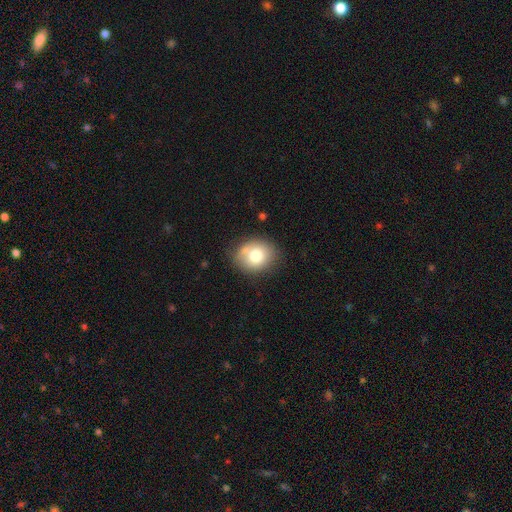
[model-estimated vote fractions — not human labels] Q: Smooth or featured?
A: smooth (77%); runner-up: featured or disk (13%)
Q: How rounded?
A: round (64%); runner-up: in between (35%)
Q: Merging?
A: none (70%); runner-up: minor disturbance (19%)